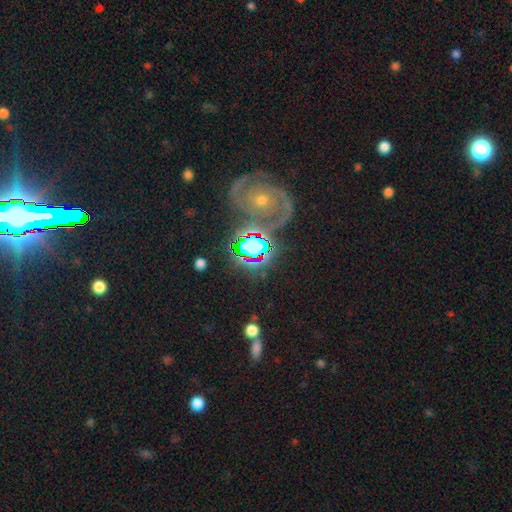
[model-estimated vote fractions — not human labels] Smooth or featured: featured or disk — 42% (star or artifact — 41%)
Merging: none — 73% (minor disturbance — 12%)